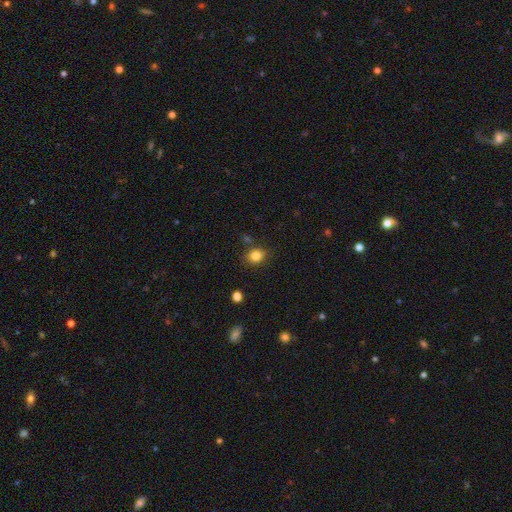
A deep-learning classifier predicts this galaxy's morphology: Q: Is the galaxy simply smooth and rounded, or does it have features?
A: smooth — 83%.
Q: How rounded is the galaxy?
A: round — 64%.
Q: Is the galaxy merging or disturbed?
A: none — 76%.